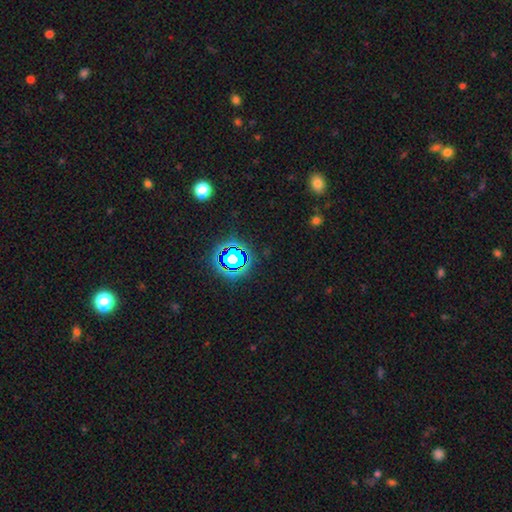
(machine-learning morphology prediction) smooth_or_featured: star or artifact (p=0.75) [alt: smooth p=0.16]